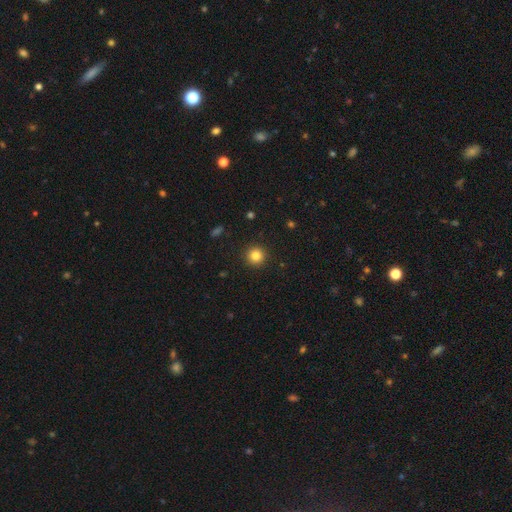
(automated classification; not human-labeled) Q: Smooth or featured?
A: smooth (83%); runner-up: star or artifact (12%)
Q: How rounded?
A: round (95%); runner-up: in between (4%)
Q: Merging?
A: none (93%); runner-up: minor disturbance (5%)